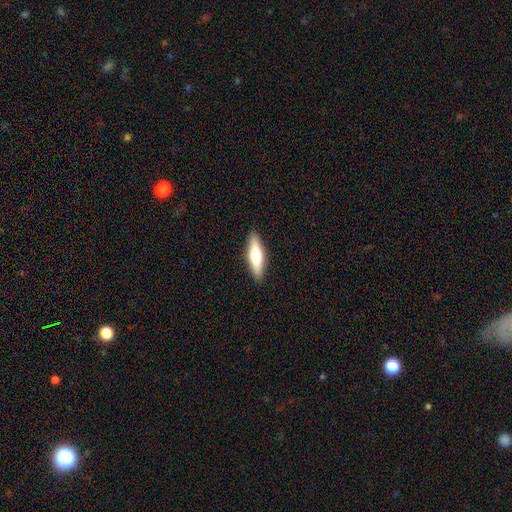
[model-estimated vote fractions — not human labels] smooth 58%, featured or disk 37%, star or artifact 5%. Down the decision tree: how rounded — cigar-shaped (63%); merging — none (90%).